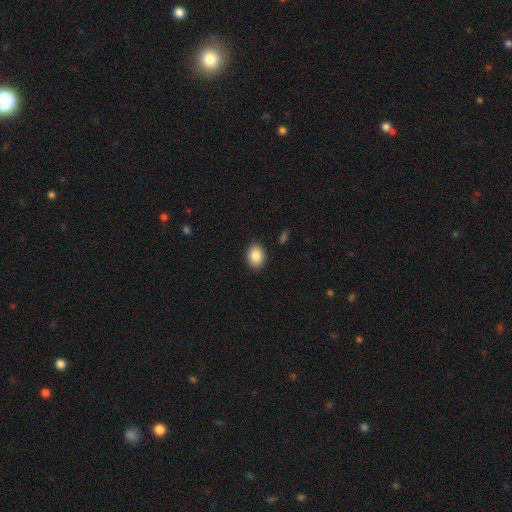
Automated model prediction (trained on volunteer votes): Smooth or featured? smooth (87%)
How rounded? in between (69%)
Merging? none (89%)